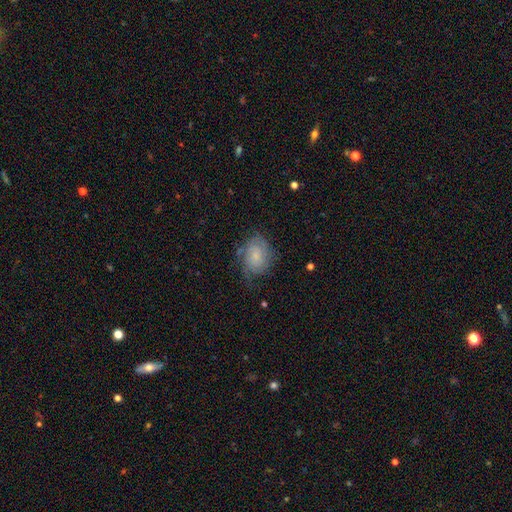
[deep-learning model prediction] Smooth or featured?
  - featured or disk: 64% *
  - smooth: 28%
  - star or artifact: 8%
Edge-on disk?
  - no: 97% *
  - yes: 3%
Bar?
  - no: 72% *
  - weak: 24%
  - strong: 4%
Spiral arms?
  - yes: 90% *
  - no: 10%
Spiral winding?
  - tight: 56% *
  - medium: 32%
  - loose: 11%
Spiral arm count?
  - can't tell: 37% *
  - 2: 33%
  - 3: 15%
  - 4: 6%
  - 1: 5%
  - more than 4: 4%
Bulge size?
  - small: 63% *
  - moderate: 21%
  - none: 12%
  - large: 3%
  - dominant: 1%
Merging?
  - none: 61% *
  - minor disturbance: 25%
  - major disturbance: 13%
  - merger: 2%